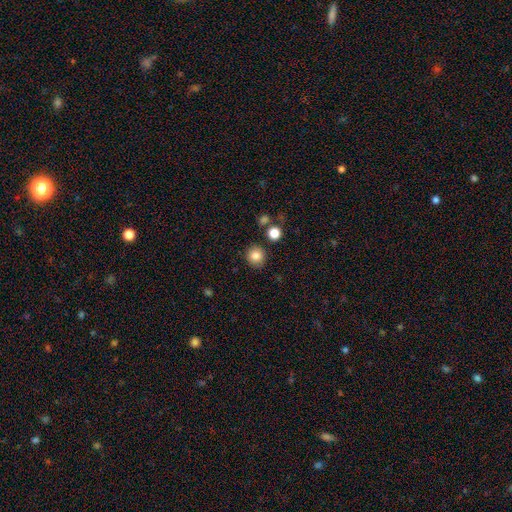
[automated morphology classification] Smooth or featured? smooth (84%)
How rounded? round (87%)
Merging? none (87%)